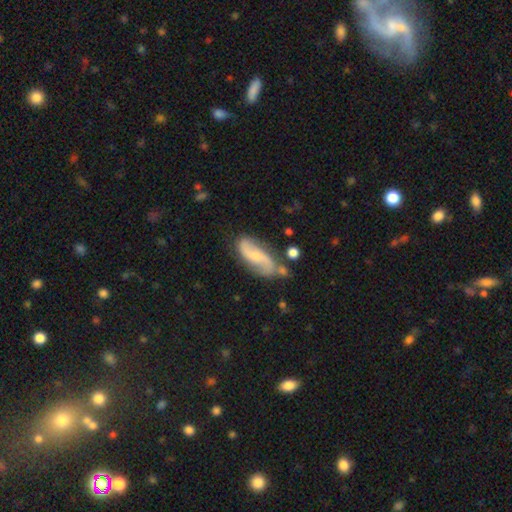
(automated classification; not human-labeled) A featured or disk galaxy (75%) with no bar (53%), 2 (91%) loose (61%) spiral arms (94%) and a small central bulge (57%).

Vote fractions:
- Smooth or featured? featured or disk: 75% / smooth: 19% / star or artifact: 6%
- Edge-on disk? no: 94% / yes: 6%
- Bar? no: 53% / weak: 35% / strong: 12%
- Spiral arms? yes: 94% / no: 6%
- Spiral winding? loose: 61% / medium: 29% / tight: 10%
- Spiral arm count? 2: 91% / can't tell: 4% / 1: 2% / 3: 1% / 4: 1% / more than 4: 1%
- Bulge size? small: 57% / moderate: 35% / none: 5% / large: 2% / dominant: 1%
- Merging? none: 69% / minor disturbance: 18% / merger: 8% / major disturbance: 5%